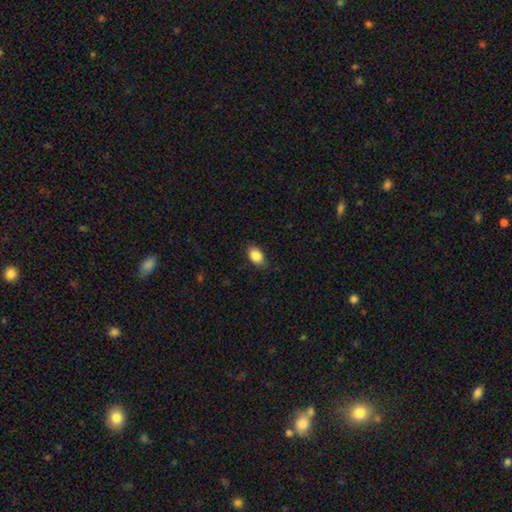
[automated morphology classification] Q: Smooth or featured?
A: smooth (87%); runner-up: star or artifact (7%)
Q: How rounded?
A: in between (86%); runner-up: round (12%)
Q: Merging?
A: none (81%); runner-up: minor disturbance (16%)